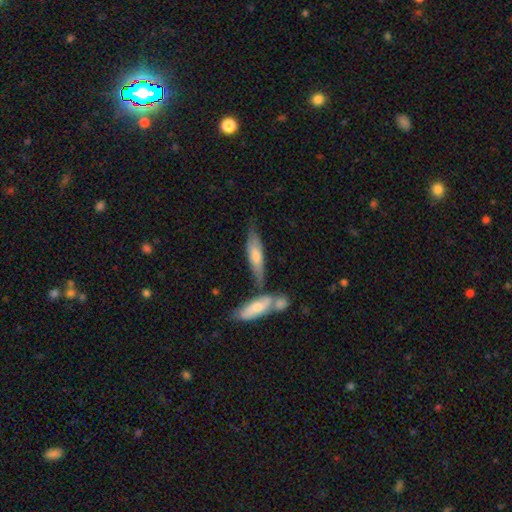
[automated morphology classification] A smooth galaxy with no disk features (57%) that is cigar-shaped (65%).

Vote fractions:
- Smooth or featured? smooth: 57% / featured or disk: 37% / star or artifact: 6%
- How rounded? cigar-shaped: 65% / in between: 33% / round: 2%
- Merging? none: 52% / merger: 26% / minor disturbance: 17% / major disturbance: 5%